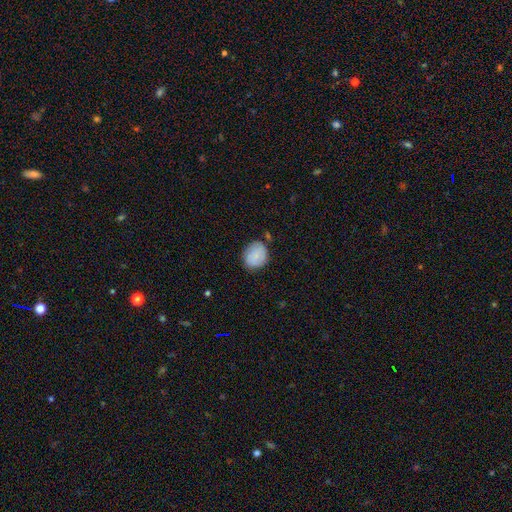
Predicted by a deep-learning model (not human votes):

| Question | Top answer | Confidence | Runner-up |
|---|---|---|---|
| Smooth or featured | smooth | 82% | featured or disk (11%) |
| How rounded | round | 67% | in between (32%) |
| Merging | none | 73% | minor disturbance (19%) |